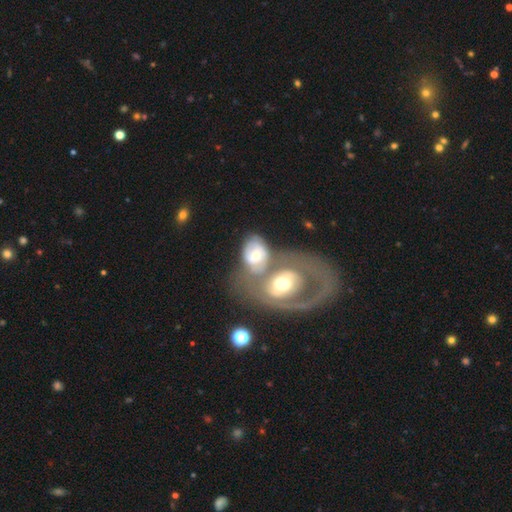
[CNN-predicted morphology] Smooth or featured? featured or disk (56%)
Edge-on disk? no (94%)
Bar? no (59%)
Spiral arms? yes (53%)
Bulge size? moderate (64%)
Merging? merger (55%)